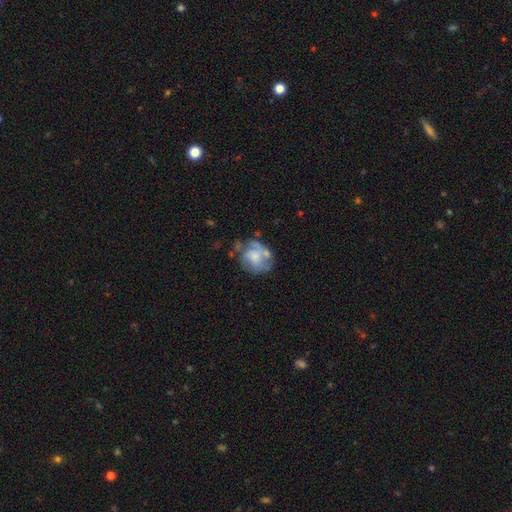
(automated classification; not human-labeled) Q: Smooth or featured?
A: featured or disk (54%); runner-up: smooth (39%)
Q: Edge-on disk?
A: no (98%); runner-up: yes (2%)
Q: Bar?
A: no (76%); runner-up: weak (20%)
Q: Spiral arms?
A: yes (57%); runner-up: no (43%)
Q: Bulge size?
A: moderate (38%); runner-up: small (30%)
Q: Merging?
A: none (47%); runner-up: minor disturbance (25%)